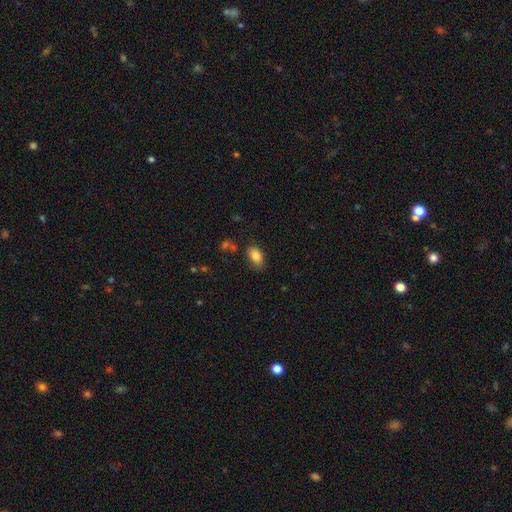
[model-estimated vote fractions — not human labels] Overall: smooth (84%). How rounded: in between (91%). Merging: none (78%).